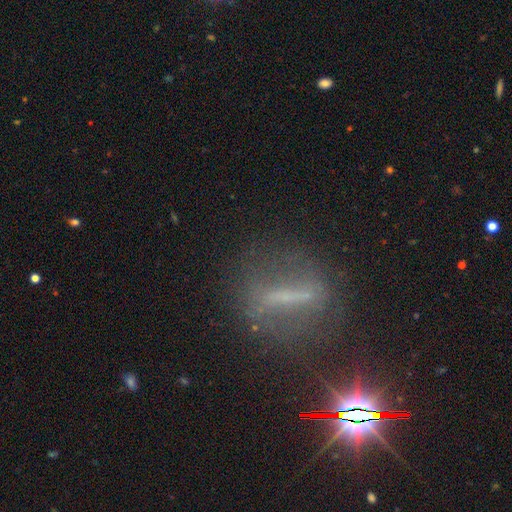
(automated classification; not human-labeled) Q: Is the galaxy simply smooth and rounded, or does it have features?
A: featured or disk — 49%.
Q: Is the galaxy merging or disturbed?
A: none — 69%.